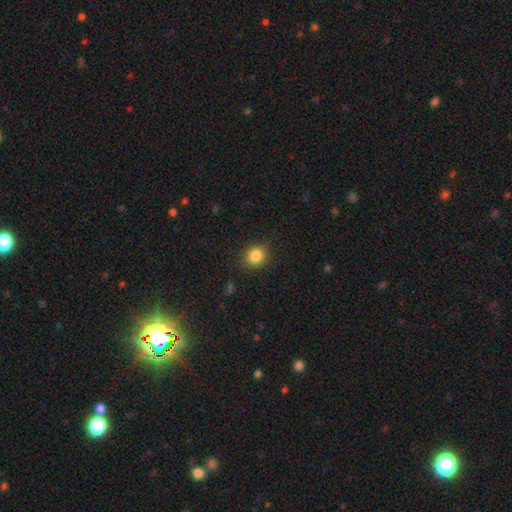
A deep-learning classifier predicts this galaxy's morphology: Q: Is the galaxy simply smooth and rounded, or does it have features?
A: smooth — 85%.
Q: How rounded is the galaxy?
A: round — 79%.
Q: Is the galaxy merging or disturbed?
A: none — 86%.